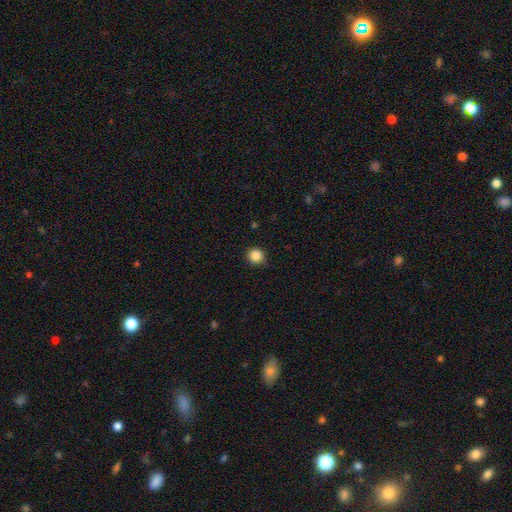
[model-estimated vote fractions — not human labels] smooth-or-featured: smooth: 86% | star or artifact: 11% | featured or disk: 4%
  how-rounded: round: 93% | in between: 6% | cigar-shaped: 1%
  merging: none: 91% | minor disturbance: 6% | major disturbance: 2% | merger: 1%